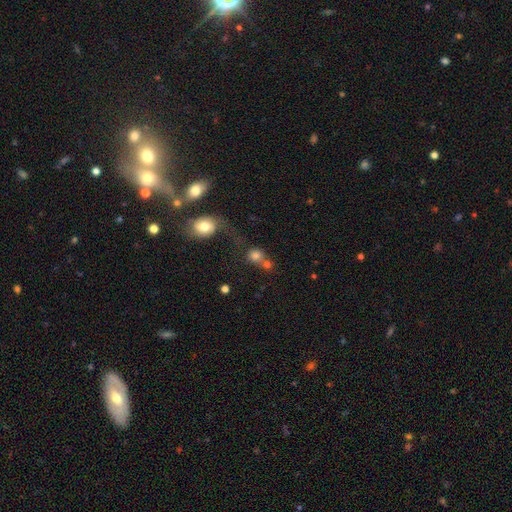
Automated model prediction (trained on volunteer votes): The model was most divided on "merging": merger: 45%, none: 36%, major disturbance: 10%, minor disturbance: 9%. More confident: how rounded — round (82%); smooth or featured — smooth (77%).